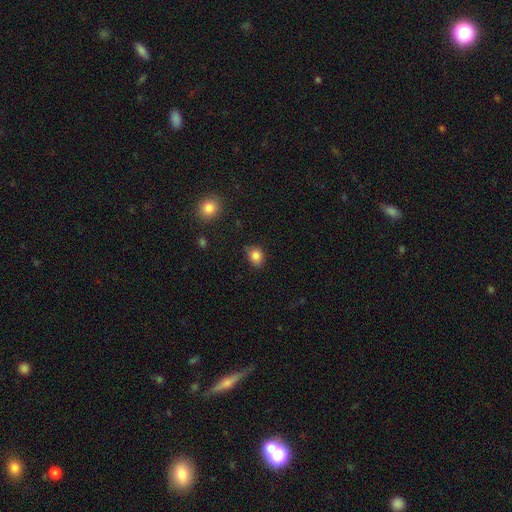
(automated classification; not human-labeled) Smooth or featured? smooth (84%)
How rounded? round (51%)
Merging? none (70%)